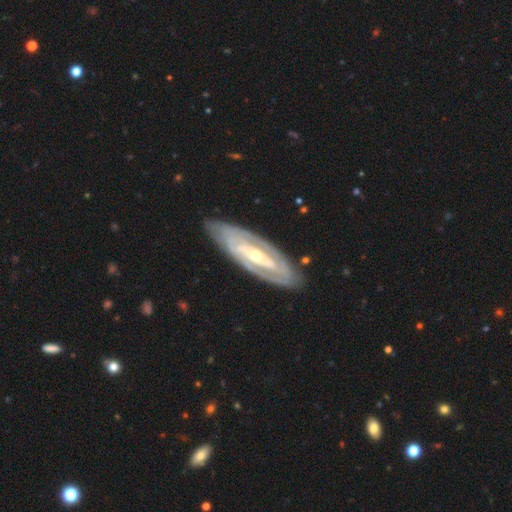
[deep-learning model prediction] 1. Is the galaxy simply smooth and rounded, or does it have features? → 83% featured or disk, 13% smooth, 4% star or artifact.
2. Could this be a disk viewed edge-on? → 84% no, 16% yes.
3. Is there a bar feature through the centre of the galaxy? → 34% no (tied), 34% strong (tied), 31% weak.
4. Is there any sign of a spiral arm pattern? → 75% yes, 25% no.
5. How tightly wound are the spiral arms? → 65% tight, 27% medium, 9% loose.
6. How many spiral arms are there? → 50% 2, 36% can't tell, 6% 3, 3% 1, 3% 4, 3% more than 4.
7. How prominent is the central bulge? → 49% moderate, 47% small, 2% large, 1% none, 1% dominant.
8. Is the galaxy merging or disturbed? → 83% none, 12% minor disturbance, 4% major disturbance, 1% merger.